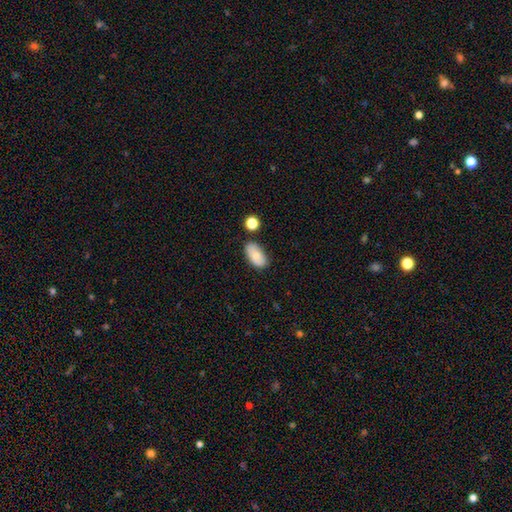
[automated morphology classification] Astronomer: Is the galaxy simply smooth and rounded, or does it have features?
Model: smooth — 79%.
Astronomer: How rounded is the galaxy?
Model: in between — 93%.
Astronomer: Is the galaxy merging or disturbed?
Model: none — 73%.